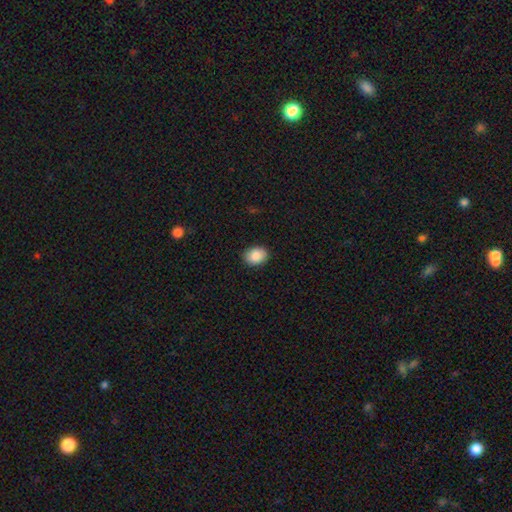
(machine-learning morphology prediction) smooth-or-featured: smooth: 88% | star or artifact: 8% | featured or disk: 4%
  how-rounded: in between: 64% | round: 35% | cigar-shaped: 1%
  merging: none: 89% | minor disturbance: 8% | major disturbance: 2% | merger: 1%